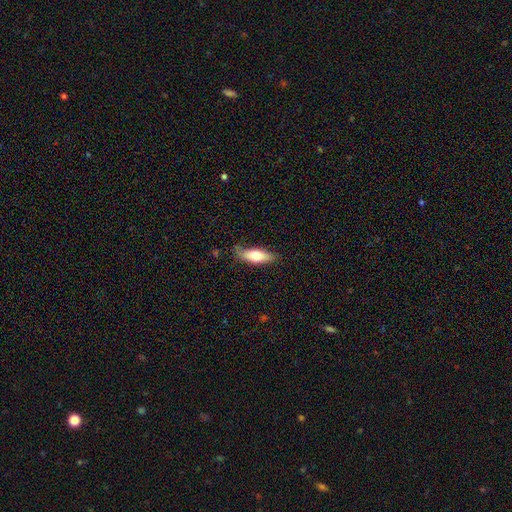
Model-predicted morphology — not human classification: Smooth or featured? smooth (68%)
How rounded? in between (56%)
Merging? none (76%)